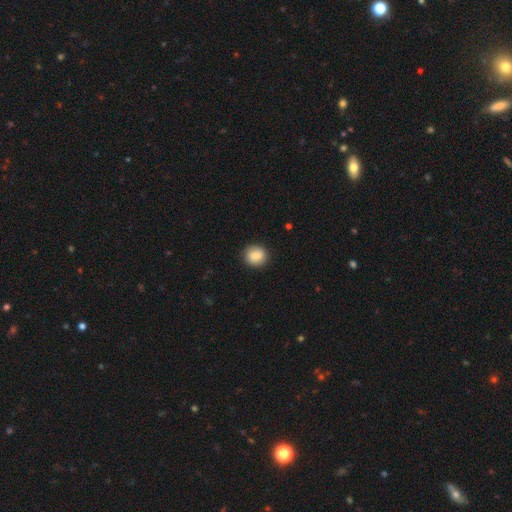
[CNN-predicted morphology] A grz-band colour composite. It shows a smooth galaxy with no disk features (85%) that is round (83%). Merging: none (88%).